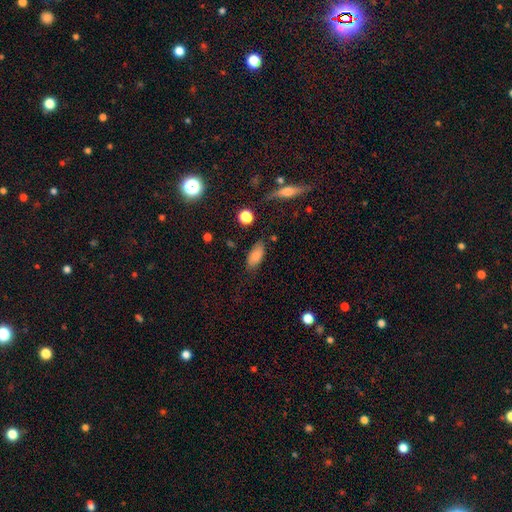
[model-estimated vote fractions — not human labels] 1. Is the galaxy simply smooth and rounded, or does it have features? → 81% smooth, 10% featured or disk, 9% star or artifact.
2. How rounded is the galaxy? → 88% in between, 9% cigar-shaped, 3% round.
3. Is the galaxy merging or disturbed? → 77% none, 16% minor disturbance, 4% major disturbance, 3% merger.